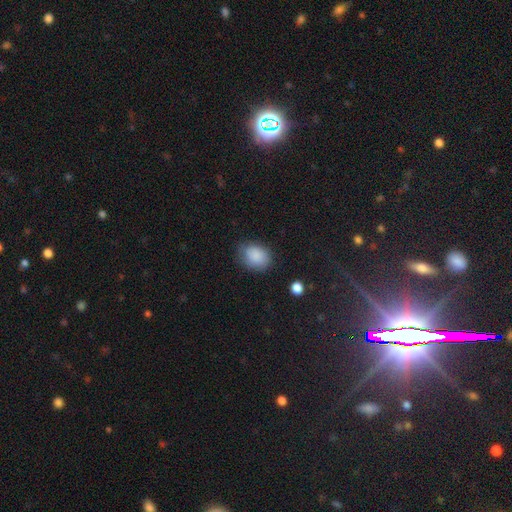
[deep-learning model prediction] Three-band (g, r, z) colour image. It shows a smooth galaxy with no disk features (87%) that is in between round and cigar-shaped (57%). Merging: none (73%).